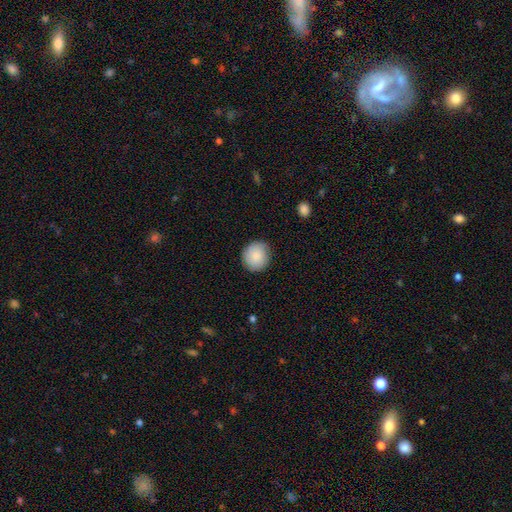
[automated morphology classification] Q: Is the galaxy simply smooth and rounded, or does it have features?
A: smooth — 85%.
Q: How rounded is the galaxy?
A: round — 86%.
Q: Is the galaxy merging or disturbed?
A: none — 85%.